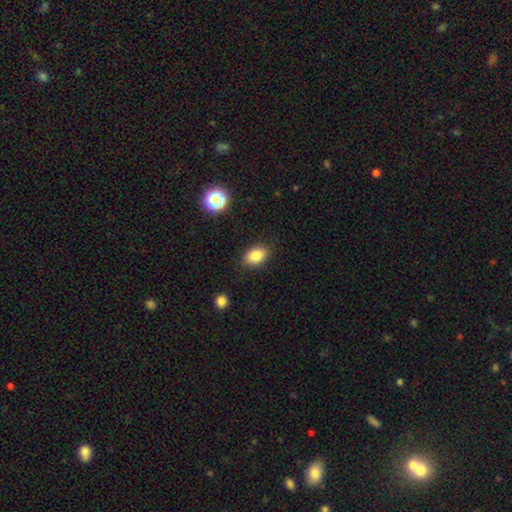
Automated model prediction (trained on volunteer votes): Smooth or featured? Predicted: smooth (p=0.83). How rounded? Predicted: in between (p=0.85). Merging? Predicted: none (p=0.86).